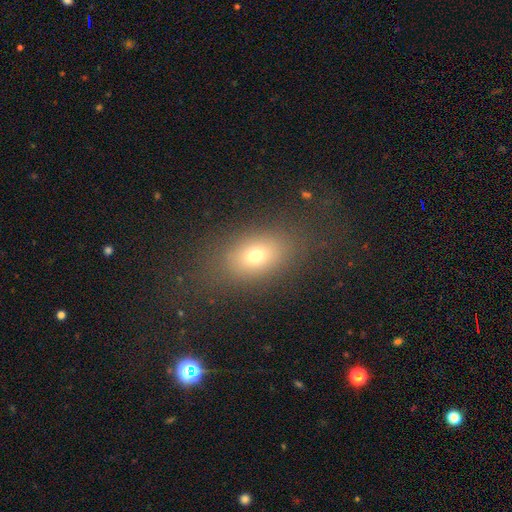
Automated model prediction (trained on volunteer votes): smooth-or-featured: smooth: 68% | featured or disk: 16% | star or artifact: 15%
  how-rounded: in between: 78% | round: 18% | cigar-shaped: 4%
  merging: none: 76% | minor disturbance: 12% | major disturbance: 10% | merger: 2%